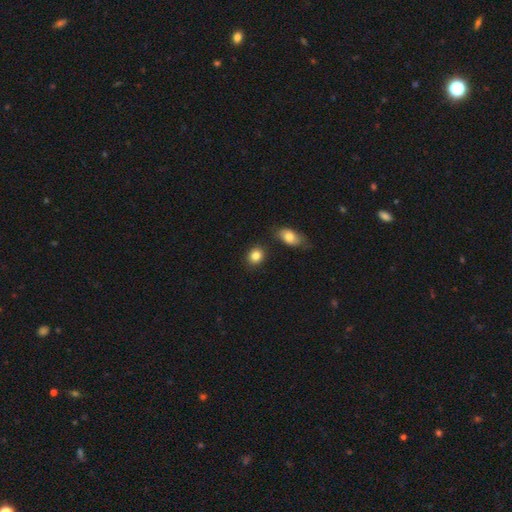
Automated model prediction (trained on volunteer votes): Q: Smooth or featured?
A: smooth (84%); runner-up: star or artifact (10%)
Q: How rounded?
A: round (69%); runner-up: in between (30%)
Q: Merging?
A: none (81%); runner-up: minor disturbance (9%)